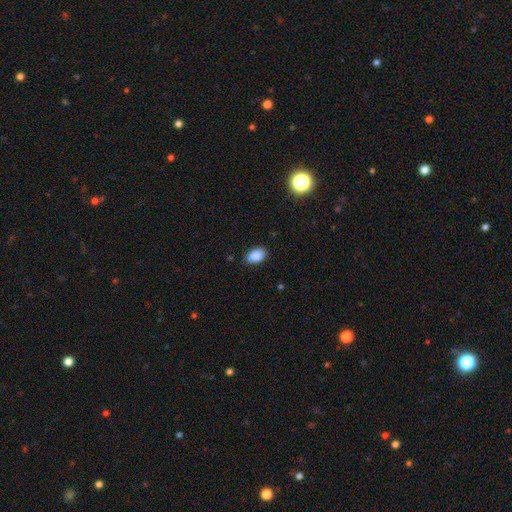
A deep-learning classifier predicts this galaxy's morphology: Smooth or featured? Predicted: smooth (p=0.88). How rounded? Predicted: in between (p=0.89). Merging? Predicted: none (p=0.81).